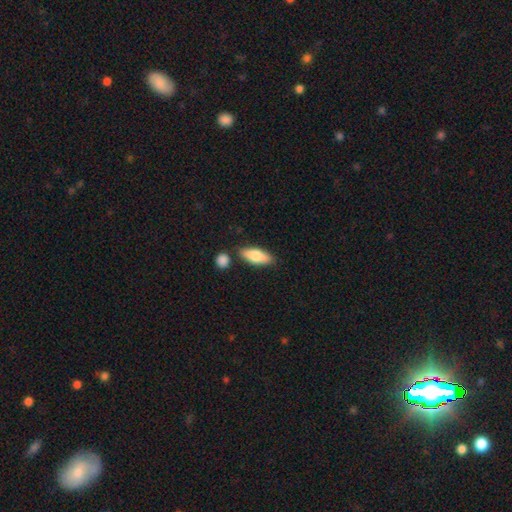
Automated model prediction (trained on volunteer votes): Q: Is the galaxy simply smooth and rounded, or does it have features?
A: smooth — 75%.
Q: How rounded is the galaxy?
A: in between — 71%.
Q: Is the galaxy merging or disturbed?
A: none — 77%.